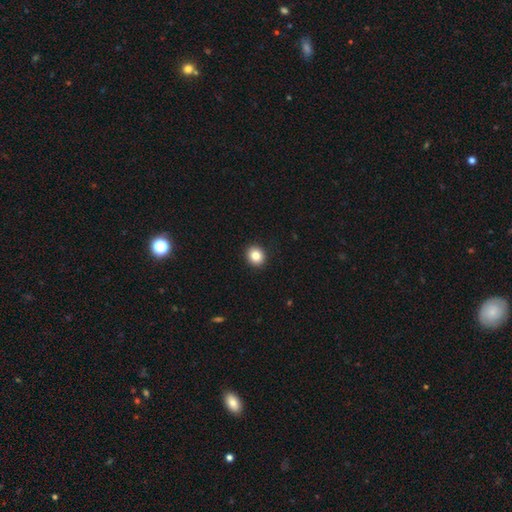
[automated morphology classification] Smooth or featured: smooth — 84% (star or artifact — 10%)
How rounded: round — 81% (in between — 18%)
Merging: none — 93% (minor disturbance — 5%)